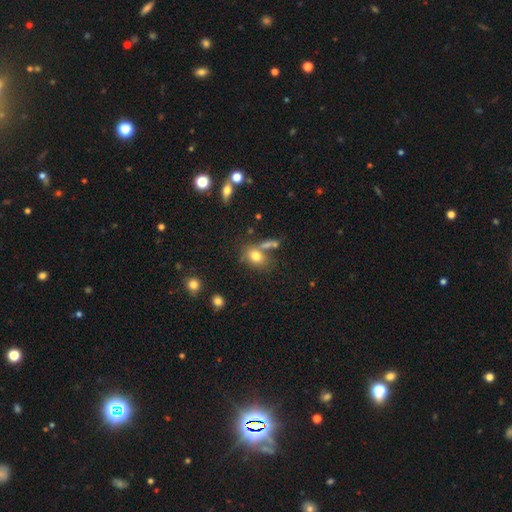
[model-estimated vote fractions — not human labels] Smooth or featured? Predicted: smooth (p=0.77). How rounded? Predicted: in between (p=0.64). Merging? Predicted: none (p=0.56).